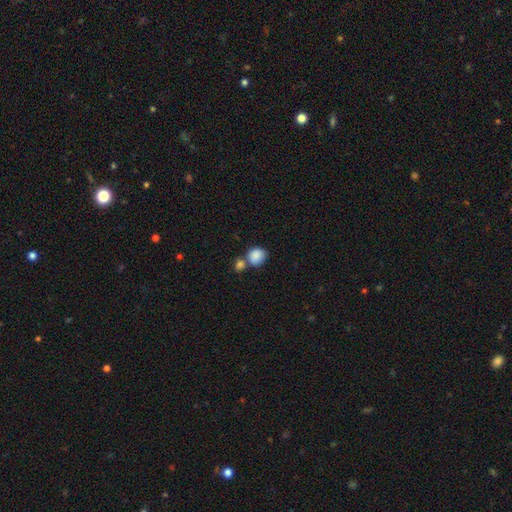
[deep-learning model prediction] Morphology: type=smooth (87%); roundness=round (74%); merging=none (43%).